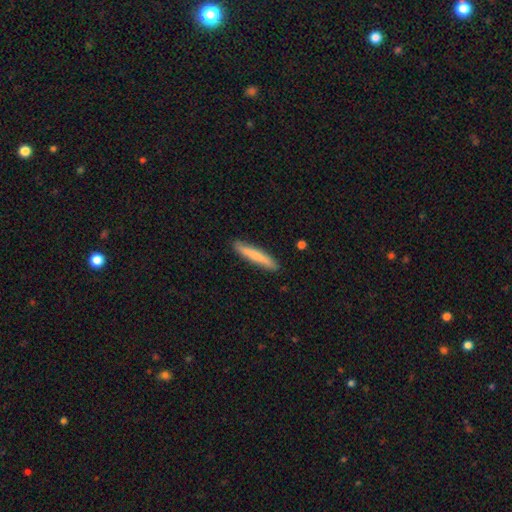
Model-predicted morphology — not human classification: Smooth or featured?
  - smooth: 67% *
  - featured or disk: 28%
  - star or artifact: 5%
How rounded?
  - cigar-shaped: 93% *
  - in between: 6%
  - round: 1%
Merging?
  - none: 87% *
  - minor disturbance: 10%
  - major disturbance: 2%
  - merger: 1%